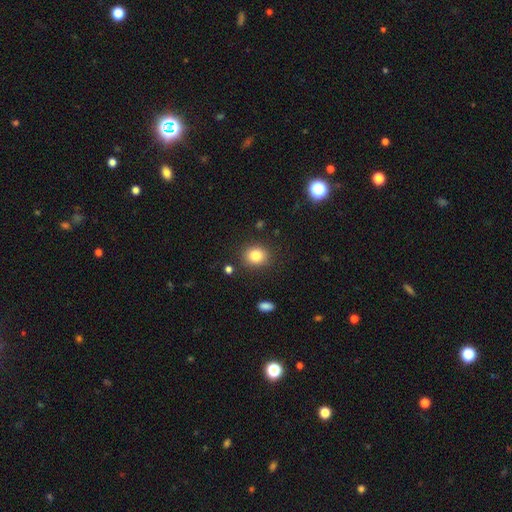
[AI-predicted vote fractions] Smooth or featured? smooth (83%)
How rounded? round (72%)
Merging? none (87%)